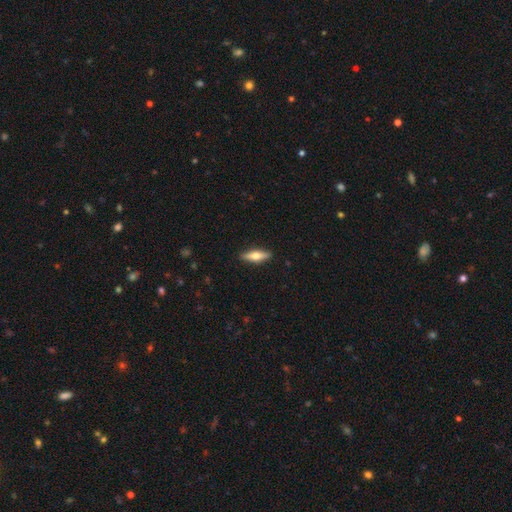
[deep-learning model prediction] This appears to be a smooth galaxy with no disk features (49%). Merging: none (90%).